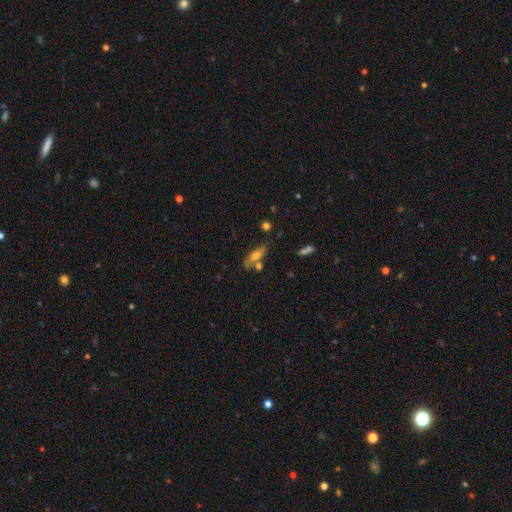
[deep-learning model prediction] smooth 57%, featured or disk 35%, star or artifact 9%. Down the decision tree: how rounded — in between (52%); merging — none (62%).